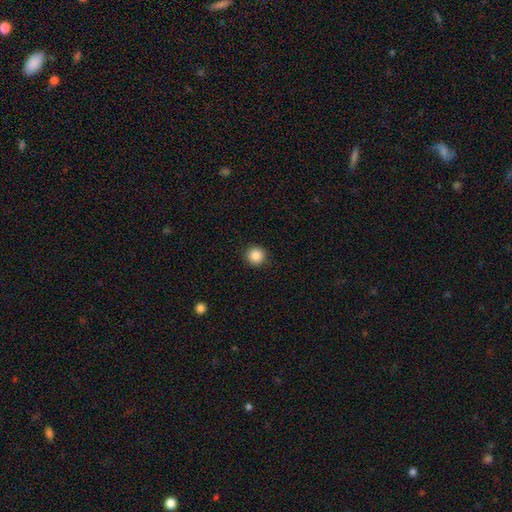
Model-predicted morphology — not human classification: smooth-or-featured: smooth: 86% | star or artifact: 10% | featured or disk: 4%
  how-rounded: round: 95% | in between: 5% | cigar-shaped: 1%
  merging: none: 92% | minor disturbance: 5% | major disturbance: 2% | merger: 1%